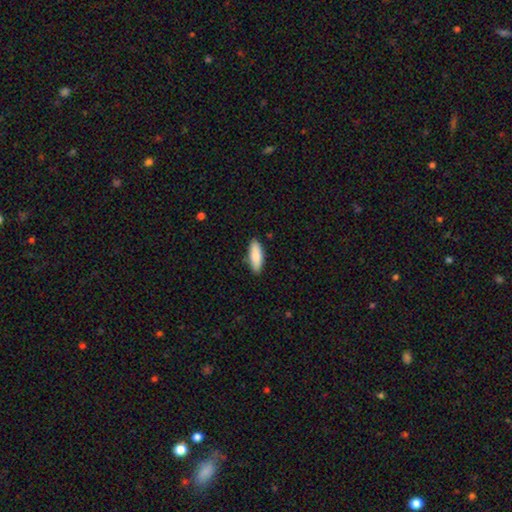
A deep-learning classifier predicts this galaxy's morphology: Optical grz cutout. It shows a smooth galaxy with no disk features (81%) that is in between round and cigar-shaped (64%). Merging: none (87%).